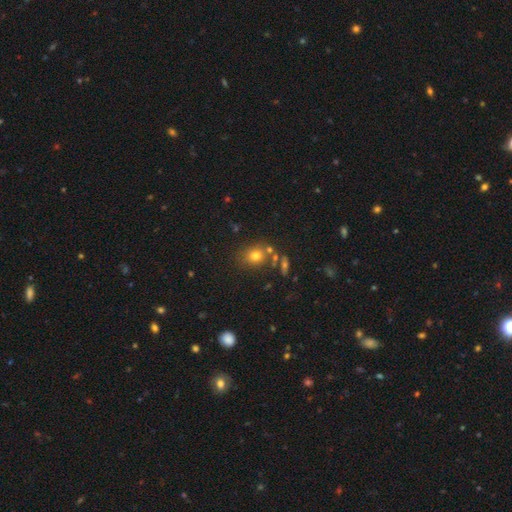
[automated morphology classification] Smooth or featured? Predicted: smooth (p=0.73). How rounded? Predicted: round (p=0.63). Merging? Predicted: none (p=0.70).